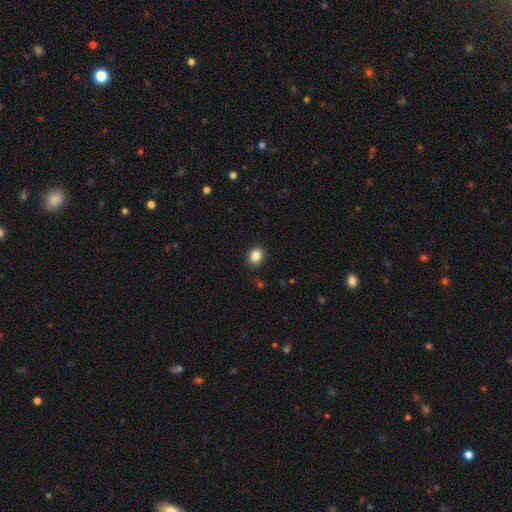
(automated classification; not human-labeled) Smooth or featured: smooth — 87% (star or artifact — 9%)
How rounded: in between — 53% (round — 46%)
Merging: none — 90% (minor disturbance — 7%)